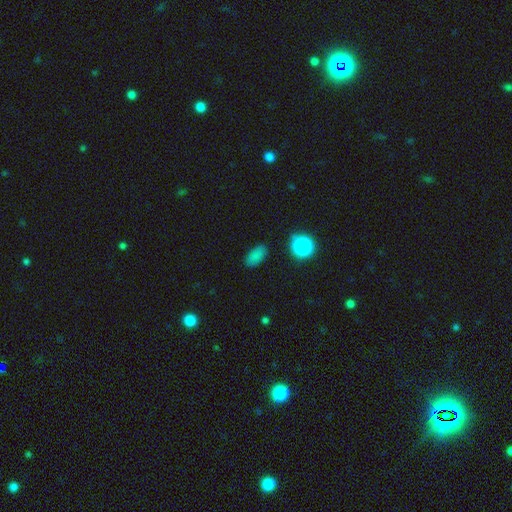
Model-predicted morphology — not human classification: A smooth galaxy with no disk features (79%) that is in between round and cigar-shaped (88%). Merging: none (85%).